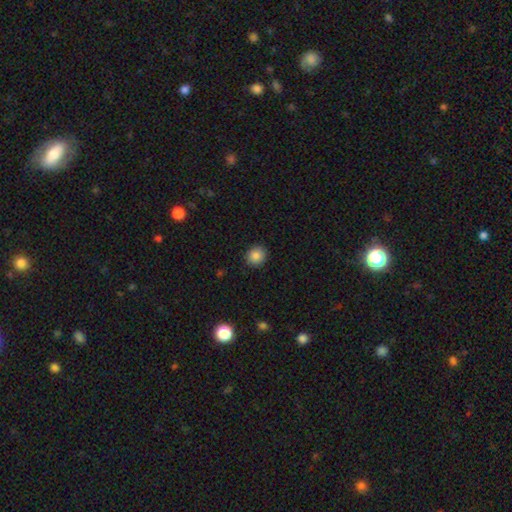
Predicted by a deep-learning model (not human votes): Overall: smooth (85%). How rounded: round (83%). Merging: none (91%).